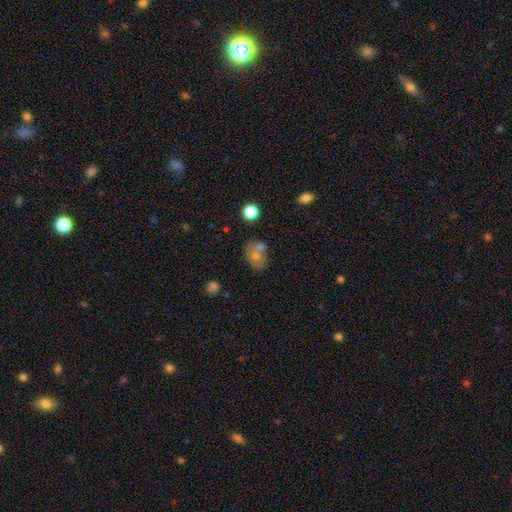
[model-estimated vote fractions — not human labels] Morphology: type=smooth (65%); roundness=in between (65%); merging=none (48%).